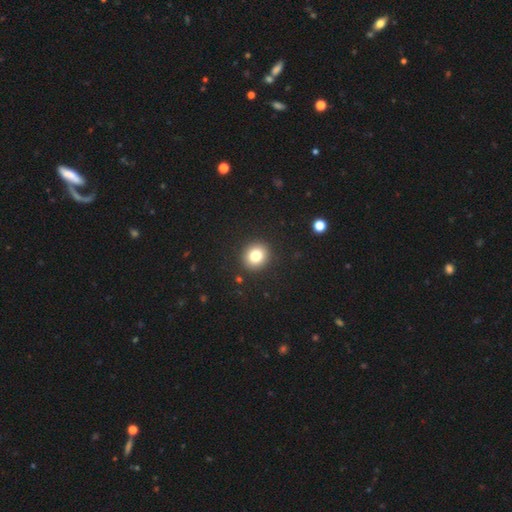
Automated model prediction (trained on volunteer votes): Smooth or featured? Predicted: smooth (p=0.80). How rounded? Predicted: round (p=0.80). Merging? Predicted: none (p=0.91).